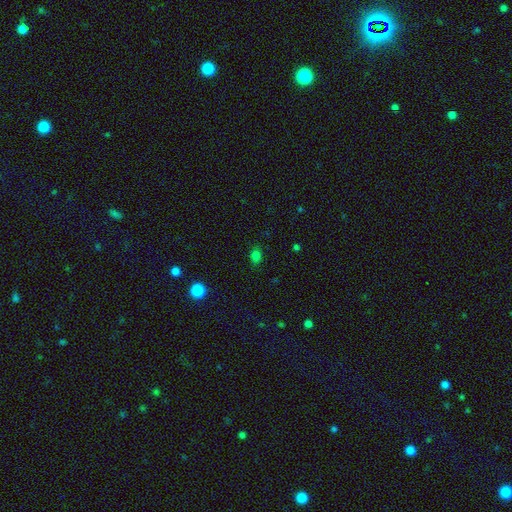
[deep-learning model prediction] A smooth galaxy with no disk features (76%) that is in between round and cigar-shaped (60%).

Vote fractions:
- Smooth or featured? smooth: 76% / star or artifact: 19% / featured or disk: 5%
- How rounded? in between: 60% / round: 38% / cigar-shaped: 2%
- Merging? none: 83% / minor disturbance: 12% / major disturbance: 3% / merger: 1%